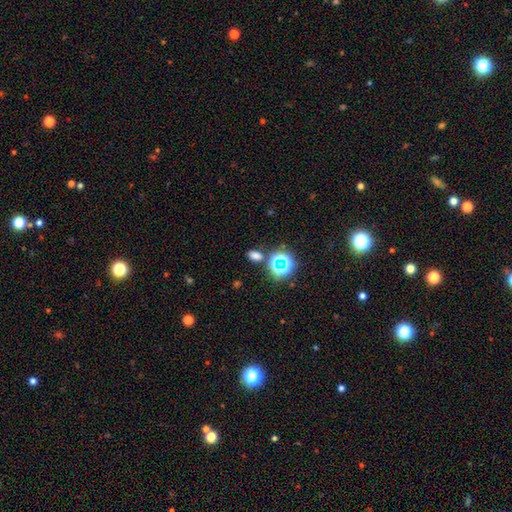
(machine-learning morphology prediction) A smooth galaxy with no disk features (66%) that is in between round and cigar-shaped (76%).

Vote fractions:
- Smooth or featured? smooth: 66% / star or artifact: 28% / featured or disk: 6%
- How rounded? in between: 76% / round: 21% / cigar-shaped: 3%
- Merging? none: 79% / minor disturbance: 10% / merger: 7% / major disturbance: 4%